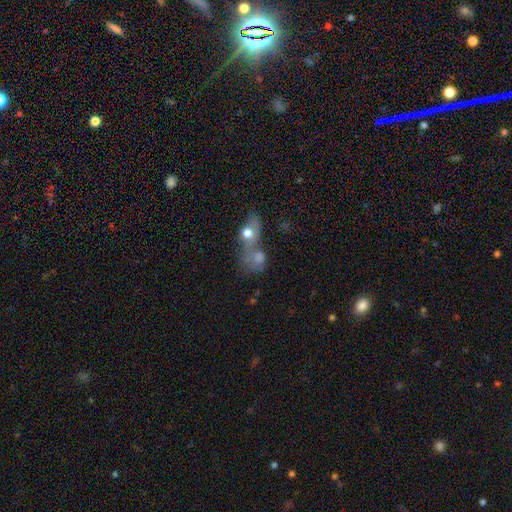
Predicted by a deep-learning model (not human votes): A smooth galaxy with no disk features (60%) that is round (47%, tied with in between).

Vote fractions:
- Smooth or featured? smooth: 60% / featured or disk: 27% / star or artifact: 14%
- How rounded? round: 47% (tied) / in between: 47% (tied) / cigar-shaped: 6%
- Merging? merger: 67% / none: 19% / major disturbance: 8% / minor disturbance: 7%